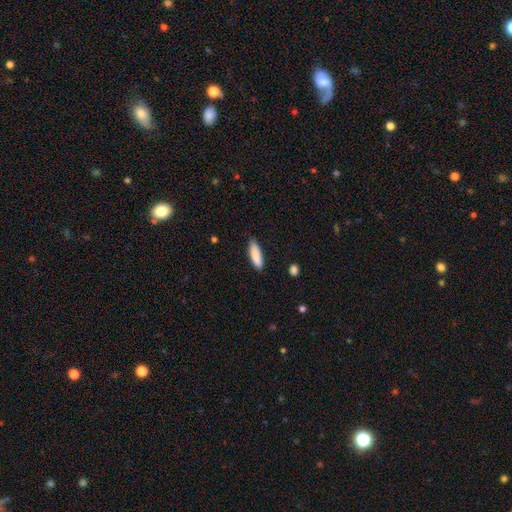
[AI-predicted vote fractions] Overall: smooth (88%). How rounded: cigar-shaped (57%; in between 42%). Merging: none (84%).